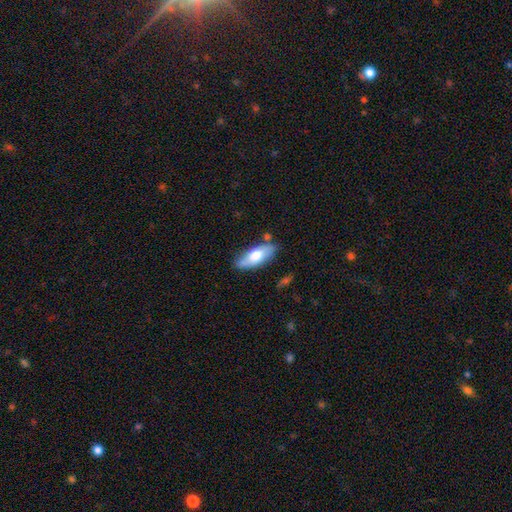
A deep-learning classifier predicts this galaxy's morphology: A smooth galaxy with no disk features (66%) that is in between round and cigar-shaped (76%). Merging: none (75%).